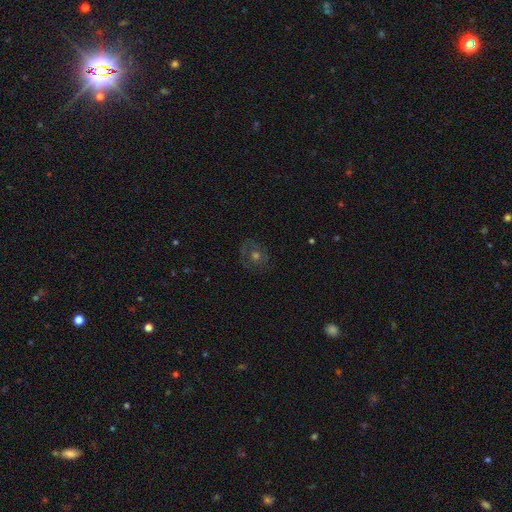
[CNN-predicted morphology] Overall: featured or disk (45%; smooth 35%). Merging: none (76%).